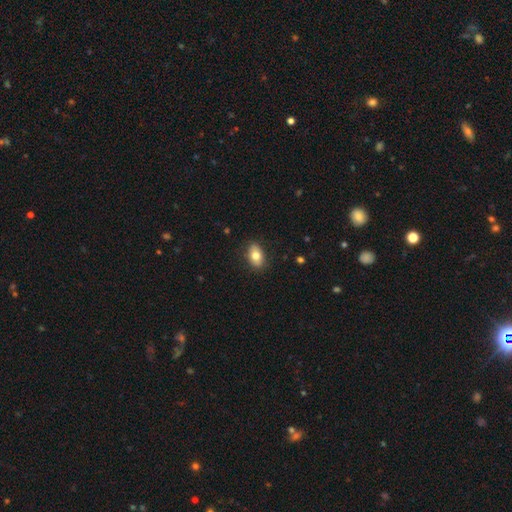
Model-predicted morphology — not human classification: The model was most divided on "smooth or featured": smooth: 77%, featured or disk: 15%, star or artifact: 7%. More confident: how rounded — in between (87%); merging — none (86%).